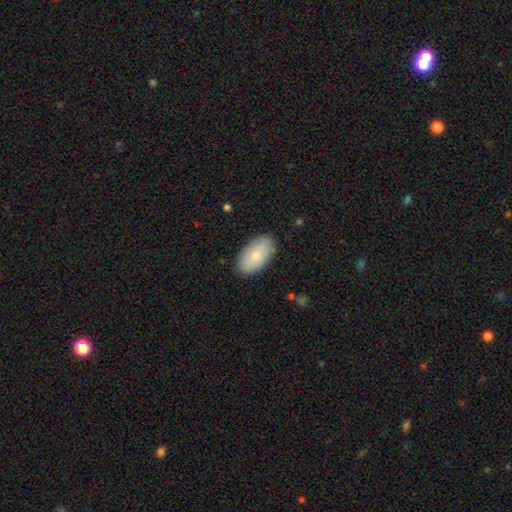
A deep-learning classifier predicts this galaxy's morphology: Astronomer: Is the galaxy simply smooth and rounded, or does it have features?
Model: smooth — 82%.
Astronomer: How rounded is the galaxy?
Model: in between — 96%.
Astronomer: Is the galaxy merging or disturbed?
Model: none — 86%.